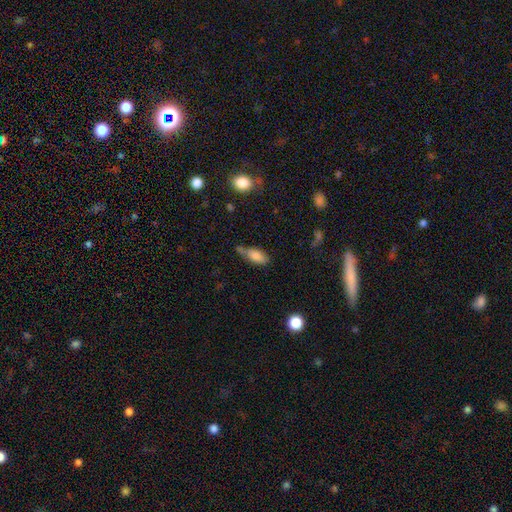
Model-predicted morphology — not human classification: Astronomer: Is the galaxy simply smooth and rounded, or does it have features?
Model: smooth — 81%.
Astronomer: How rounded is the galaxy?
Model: in between — 82%.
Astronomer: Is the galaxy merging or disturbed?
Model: none — 50% (runner-up: minor disturbance, 29%).